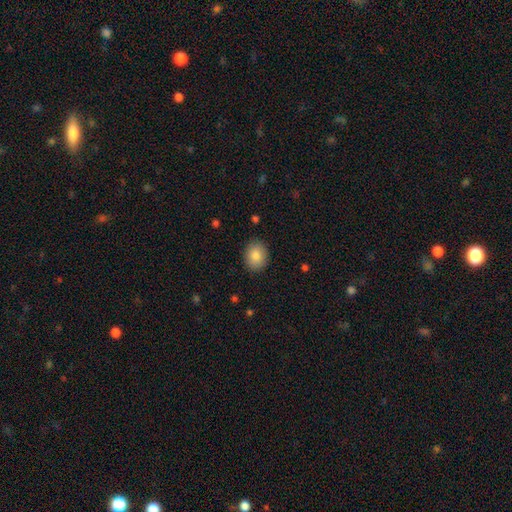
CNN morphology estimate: A smooth galaxy with no disk features (86%) that is in between round and cigar-shaped (50%).

Vote fractions:
- Smooth or featured? smooth: 86% / star or artifact: 8% / featured or disk: 7%
- How rounded? in between: 50% / round: 49% / cigar-shaped: 1%
- Merging? none: 87% / minor disturbance: 9% / major disturbance: 2% / merger: 1%